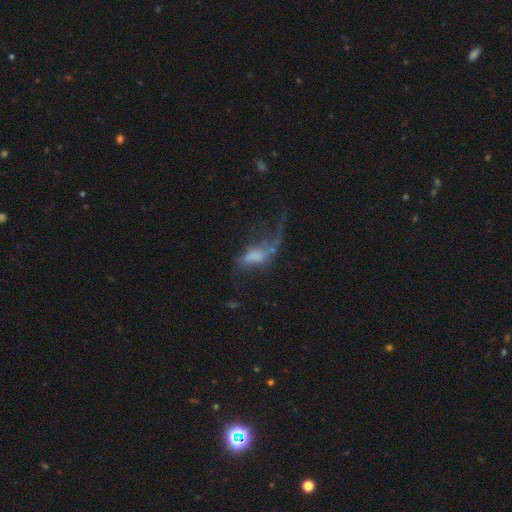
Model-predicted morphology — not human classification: This appears to be a featured or disk galaxy (59%) with no bar (53%), spiral arms (62%) and no central bulge (47%). Merging: major disturbance (50%).